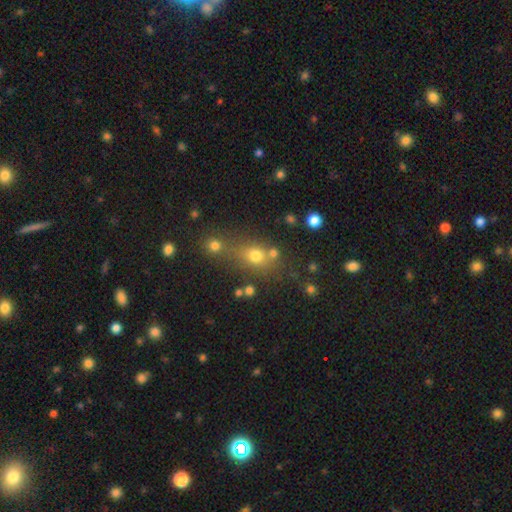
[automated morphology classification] This is likely a smooth galaxy (68%). How rounded: likely round (61%). Merging: possibly none (54%).